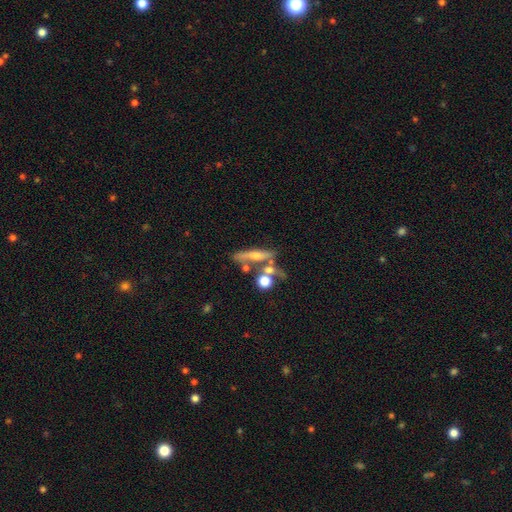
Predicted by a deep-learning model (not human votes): smooth_or_featured: featured or disk (p=0.53) [alt: smooth p=0.35]
disk_edge_on: yes (p=0.81) [alt: no p=0.19]
merging: none (p=0.58) [alt: merger p=0.20]